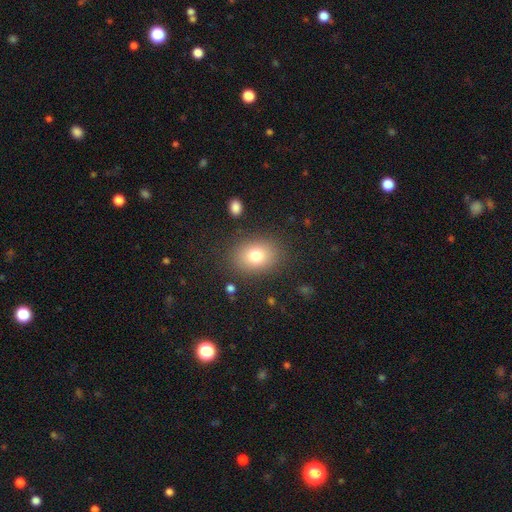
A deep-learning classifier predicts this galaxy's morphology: Q: Smooth or featured?
A: smooth (78%); runner-up: star or artifact (11%)
Q: How rounded?
A: in between (57%); runner-up: round (42%)
Q: Merging?
A: none (84%); runner-up: minor disturbance (10%)